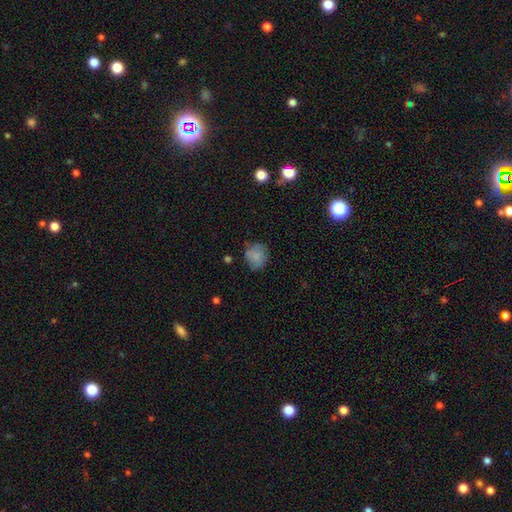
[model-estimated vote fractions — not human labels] Q: Smooth or featured?
A: smooth (77%); runner-up: featured or disk (13%)
Q: How rounded?
A: round (73%); runner-up: in between (26%)
Q: Merging?
A: none (64%); runner-up: minor disturbance (26%)